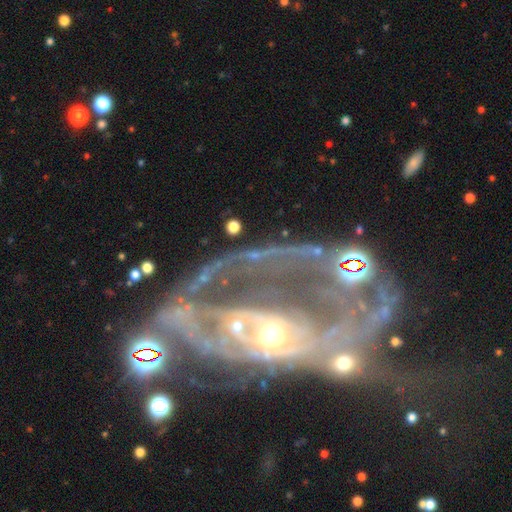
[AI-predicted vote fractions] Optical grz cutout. It shows a featured or disk galaxy (80%) with no bar (50%), 2 (33%) tight (44%) spiral arms (77%) and a moderate central bulge (51%). Merging: none (41%).